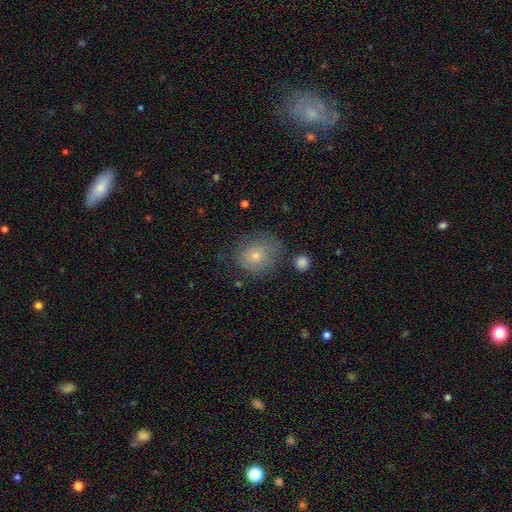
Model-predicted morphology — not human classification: smooth_or_featured: smooth (p=0.64) [alt: featured or disk p=0.23]
how_rounded: round (p=0.69) [alt: in between p=0.30]
merging: none (p=0.65) [alt: minor disturbance p=0.23]